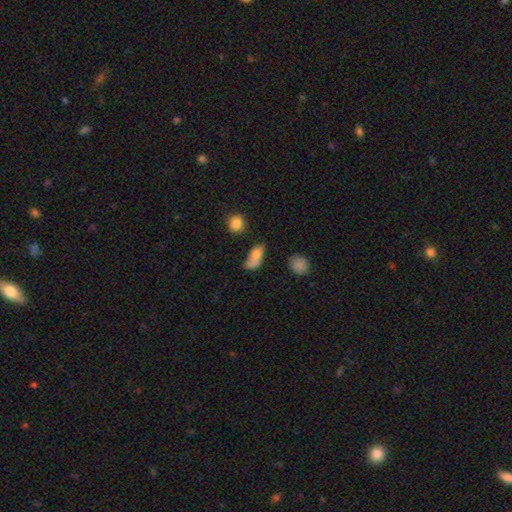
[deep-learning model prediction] Morphology: type=smooth (73%); roundness=in between (79%); merging=none (35%).